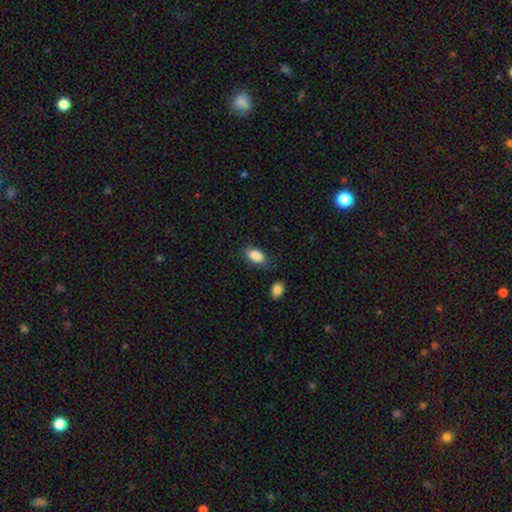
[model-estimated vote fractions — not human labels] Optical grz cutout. It shows a smooth galaxy with no disk features (87%) that is in between round and cigar-shaped (91%). Merging: none (75%).